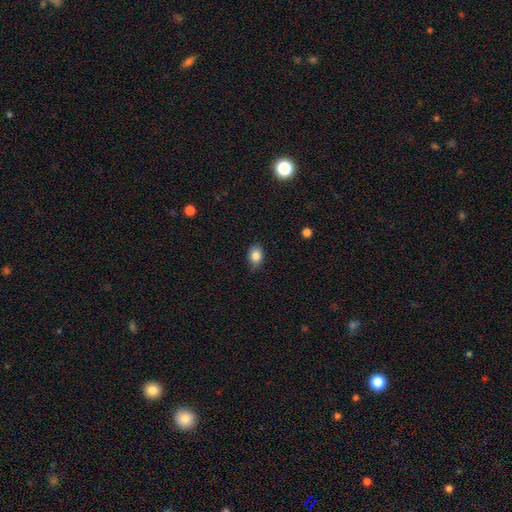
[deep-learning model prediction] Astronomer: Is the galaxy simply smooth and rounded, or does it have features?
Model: smooth — 85%.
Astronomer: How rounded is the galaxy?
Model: in between — 68%.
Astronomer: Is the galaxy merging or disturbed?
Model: none — 75%.